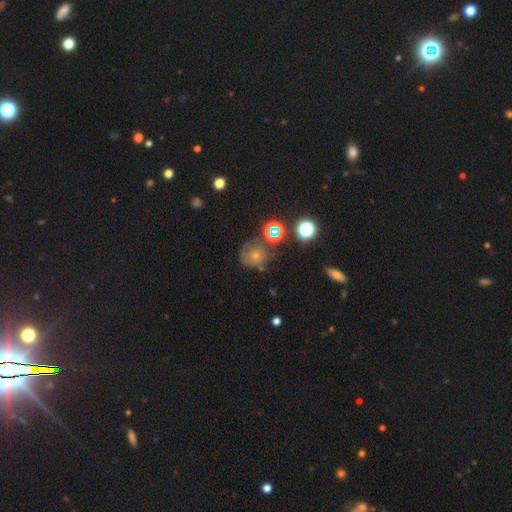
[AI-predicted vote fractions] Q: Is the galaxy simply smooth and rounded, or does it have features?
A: smooth — 57%.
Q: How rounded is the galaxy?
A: round — 84%.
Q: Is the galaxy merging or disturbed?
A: none — 58%.